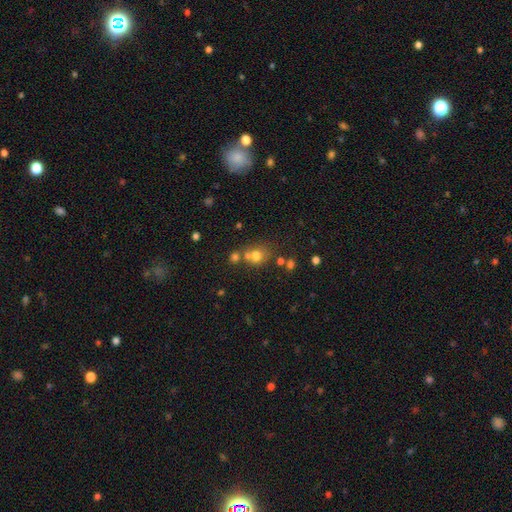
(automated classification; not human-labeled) smooth 70%, star or artifact 16%, featured or disk 13%. Down the decision tree: how rounded — round (72%); merging — none (50%).